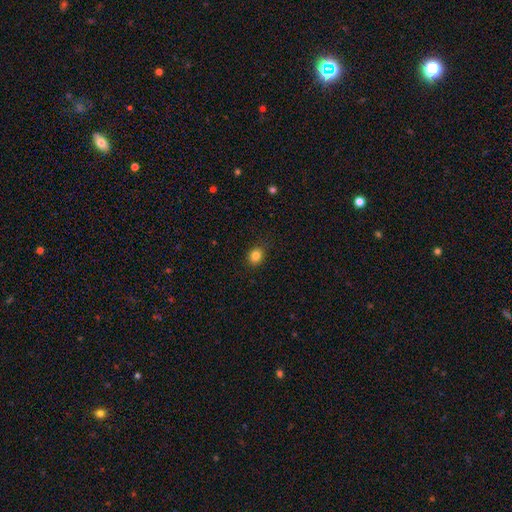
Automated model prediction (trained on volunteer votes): Q: Smooth or featured?
A: smooth (83%); runner-up: star or artifact (12%)
Q: How rounded?
A: round (62%); runner-up: in between (37%)
Q: Merging?
A: none (87%); runner-up: minor disturbance (10%)